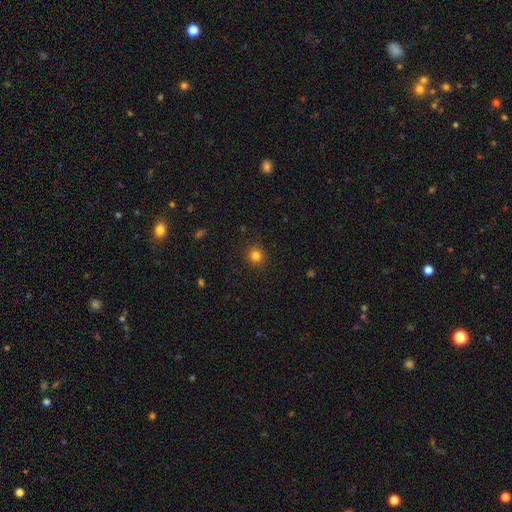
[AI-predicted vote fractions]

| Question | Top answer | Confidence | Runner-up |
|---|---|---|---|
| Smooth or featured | smooth | 82% | star or artifact (13%) |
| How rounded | round | 88% | in between (11%) |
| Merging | none | 91% | minor disturbance (6%) |